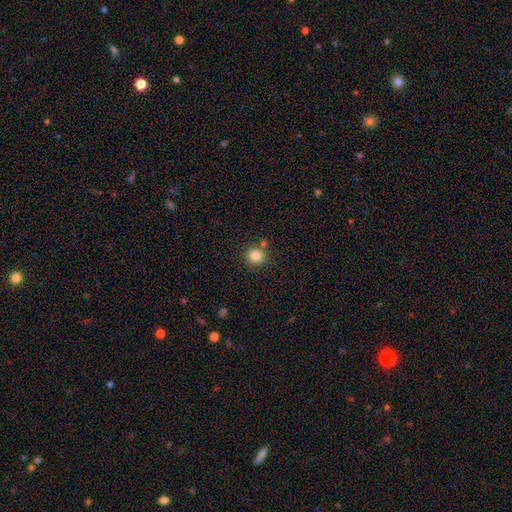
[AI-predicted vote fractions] Q: Smooth or featured?
A: smooth (84%); runner-up: star or artifact (11%)
Q: How rounded?
A: round (88%); runner-up: in between (11%)
Q: Merging?
A: none (77%); runner-up: merger (11%)